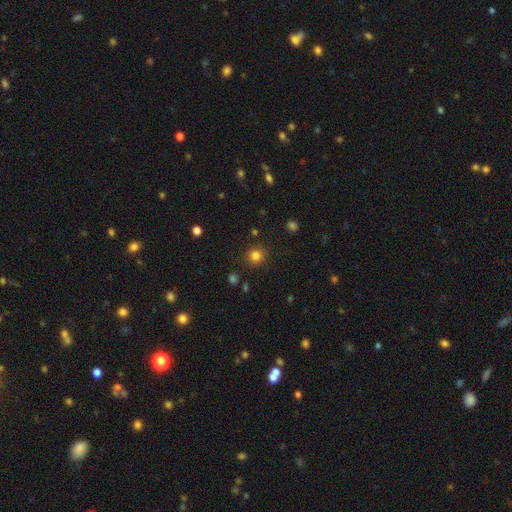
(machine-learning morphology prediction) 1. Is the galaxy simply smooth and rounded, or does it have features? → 82% smooth, 14% star or artifact, 5% featured or disk.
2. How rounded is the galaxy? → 92% round, 7% in between, 1% cigar-shaped.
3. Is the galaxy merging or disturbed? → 90% none, 6% minor disturbance, 3% major disturbance, 2% merger.